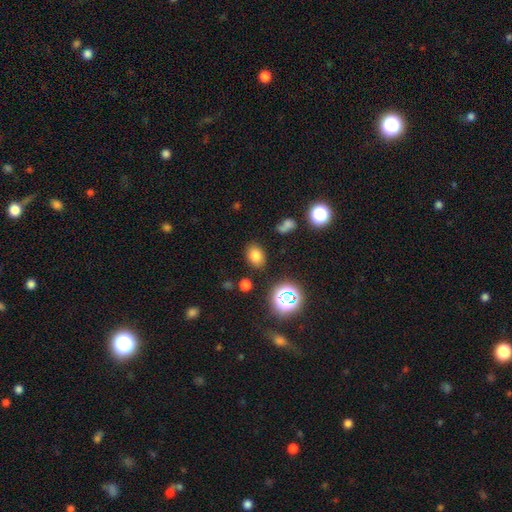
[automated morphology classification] type=smooth (75%); roundness=in between (69%); merging=none (83%).